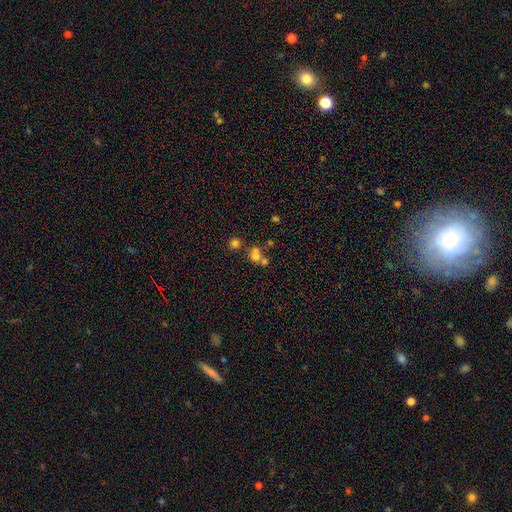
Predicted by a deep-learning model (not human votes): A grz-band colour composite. It shows a smooth galaxy with no disk features (63%) that is round (75%). Merging: merger (52%).